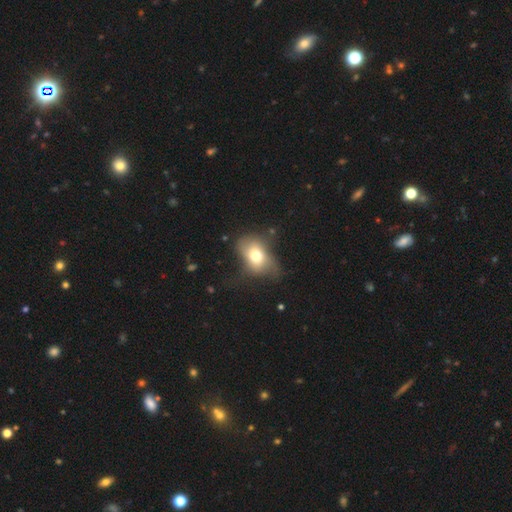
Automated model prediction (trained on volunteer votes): smooth-or-featured: smooth: 65% | featured or disk: 25% | star or artifact: 10%
  how-rounded: in between: 72% | round: 26% | cigar-shaped: 2%
  merging: none: 40% | minor disturbance: 33% | major disturbance: 24% | merger: 3%